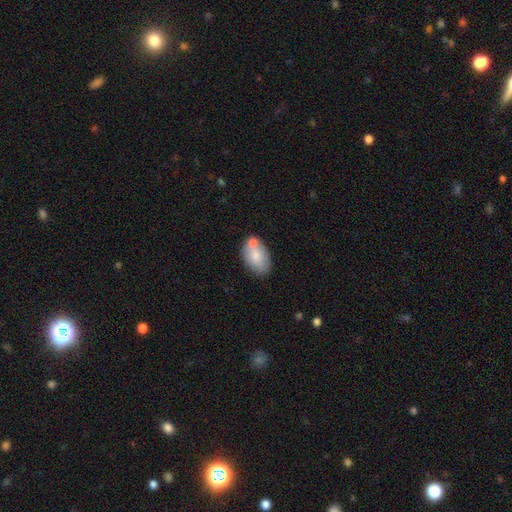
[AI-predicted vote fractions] Smooth or featured? smooth (76%)
How rounded? in between (91%)
Merging? none (57%)